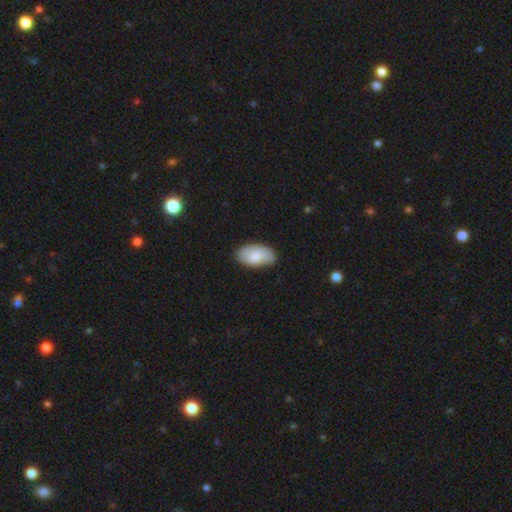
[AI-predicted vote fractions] A smooth galaxy with no disk features (81%) that is in between round and cigar-shaped (95%).

Vote fractions:
- Smooth or featured? smooth: 81% / featured or disk: 14% / star or artifact: 6%
- How rounded? in between: 95% / round: 3% / cigar-shaped: 2%
- Merging? none: 81% / minor disturbance: 15% / major disturbance: 3% / merger: 1%